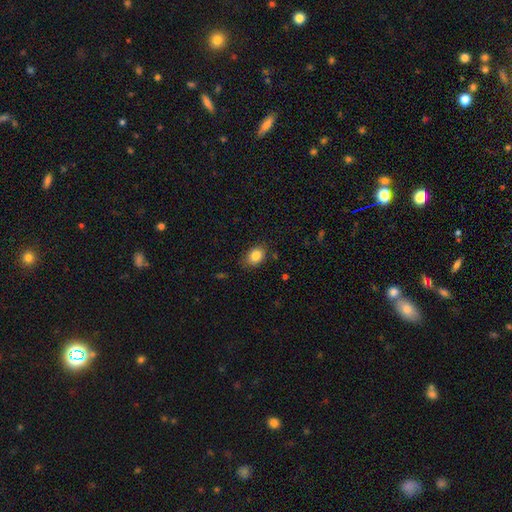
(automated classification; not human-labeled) smooth_or_featured: smooth (p=0.85) [alt: star or artifact p=0.09]
how_rounded: in between (p=0.69) [alt: round p=0.30]
merging: none (p=0.78) [alt: minor disturbance p=0.17]